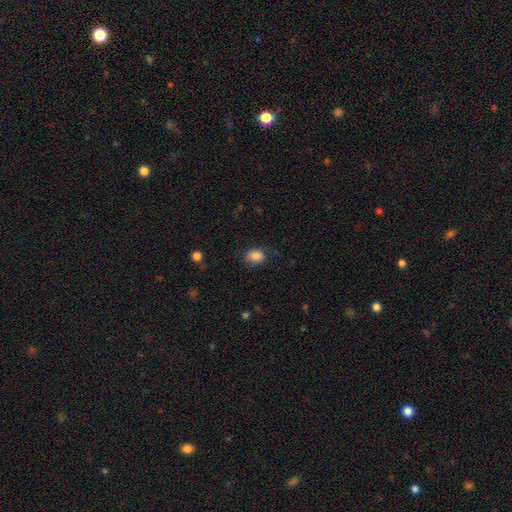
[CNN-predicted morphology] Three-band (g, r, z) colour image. It shows a smooth galaxy with no disk features (86%) that is in between round and cigar-shaped (61%). Merging: none (71%).